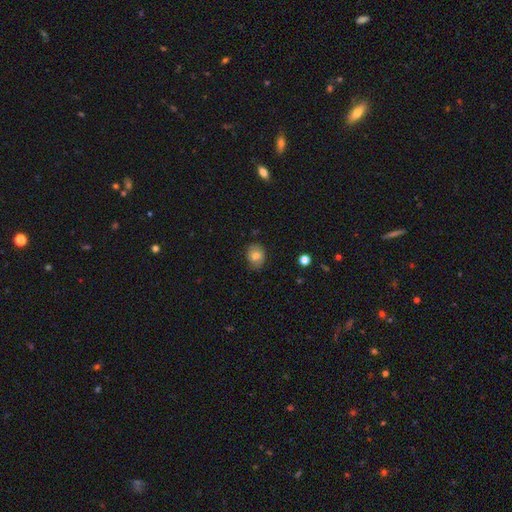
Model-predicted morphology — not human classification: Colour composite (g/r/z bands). It shows a smooth galaxy with no disk features (75%) that is round (58%). Merging: none (77%).